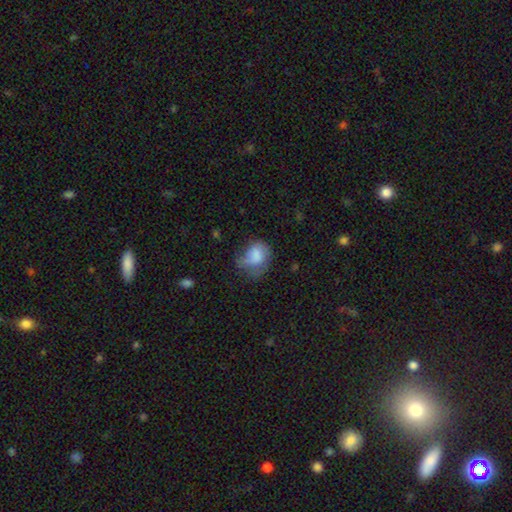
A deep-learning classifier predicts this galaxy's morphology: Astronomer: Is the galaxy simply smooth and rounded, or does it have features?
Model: smooth — 68%.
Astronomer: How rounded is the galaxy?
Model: in between — 60% (runner-up: round, 39%).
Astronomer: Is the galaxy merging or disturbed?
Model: major disturbance — 36% (runner-up: minor disturbance, 33%).